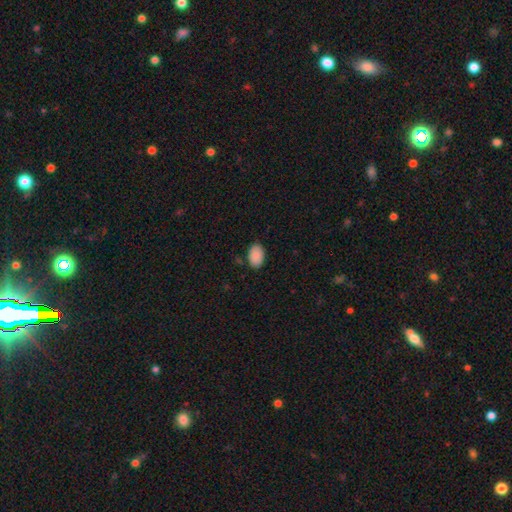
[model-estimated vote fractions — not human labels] A smooth galaxy with no disk features (90%) that is in between round and cigar-shaped (90%).

Vote fractions:
- Smooth or featured? smooth: 90% / star or artifact: 7% / featured or disk: 4%
- How rounded? in between: 90% / round: 9% / cigar-shaped: 1%
- Merging? none: 85% / minor disturbance: 11% / major disturbance: 2% / merger: 2%